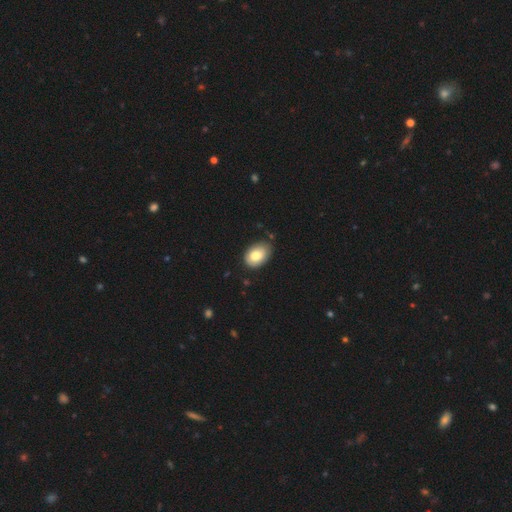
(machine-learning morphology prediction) Smooth or featured? smooth (80%)
How rounded? in between (84%)
Merging? none (76%)